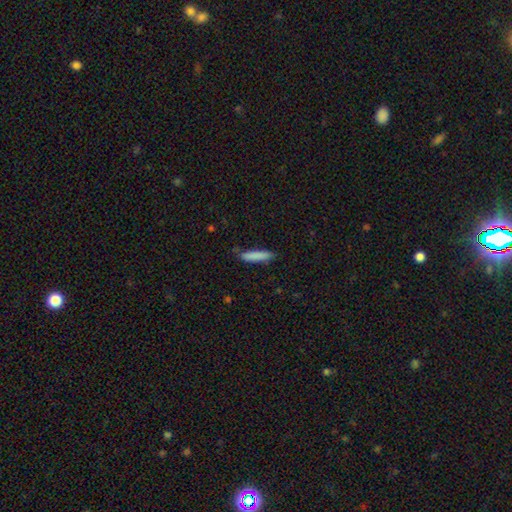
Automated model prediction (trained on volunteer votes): smooth-or-featured: smooth: 85% | featured or disk: 9% | star or artifact: 6%
  how-rounded: cigar-shaped: 84% | in between: 14% | round: 1%
  merging: none: 78% | minor disturbance: 17% | major disturbance: 3% | merger: 2%